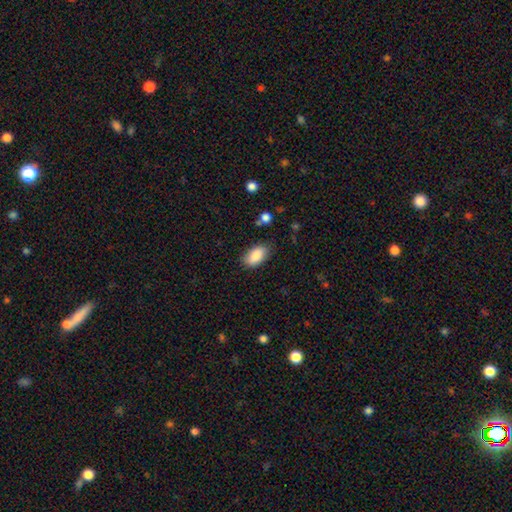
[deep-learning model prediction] Smooth or featured? smooth (87%)
How rounded? in between (93%)
Merging? none (81%)